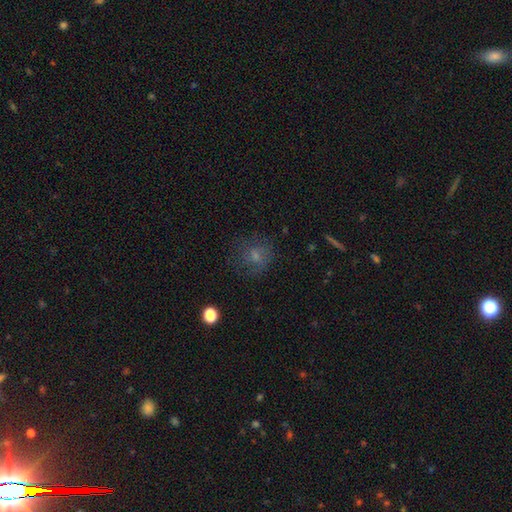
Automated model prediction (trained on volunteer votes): Q: Smooth or featured?
A: smooth (59%); runner-up: featured or disk (24%)
Q: How rounded?
A: round (74%); runner-up: in between (25%)
Q: Merging?
A: none (64%); runner-up: minor disturbance (19%)